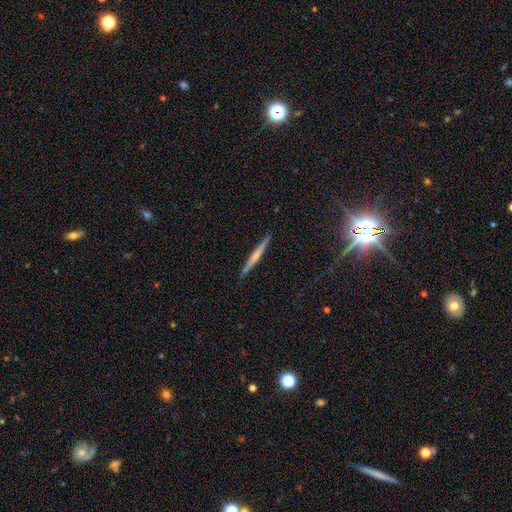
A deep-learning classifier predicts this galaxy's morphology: This is possibly a featured or disk galaxy (58%). It is clearly viewed edge-on (98%). Edge-on bulge: possibly rounded (52%). Merging: clearly none (91%).